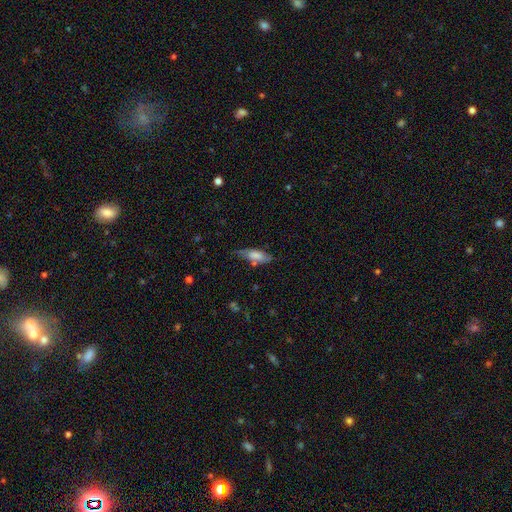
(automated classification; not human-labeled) The model was most divided on "how rounded": in between: 62%, cigar-shaped: 36%, round: 2%. More confident: smooth or featured — smooth (72%); merging — none (56%).